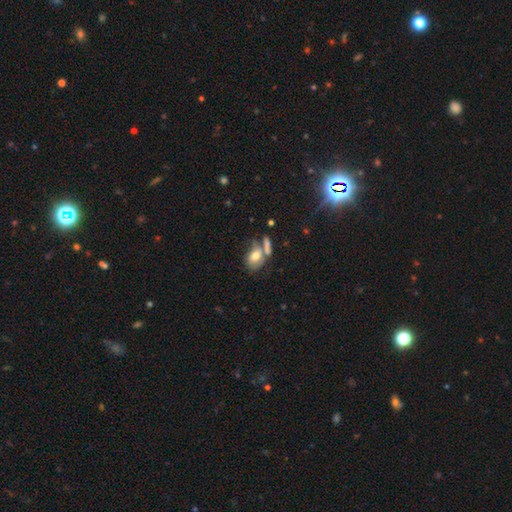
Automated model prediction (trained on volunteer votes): Smooth or featured? Predicted: smooth (p=0.67). How rounded? Predicted: in between (p=0.76). Merging? Predicted: merger (p=0.38).